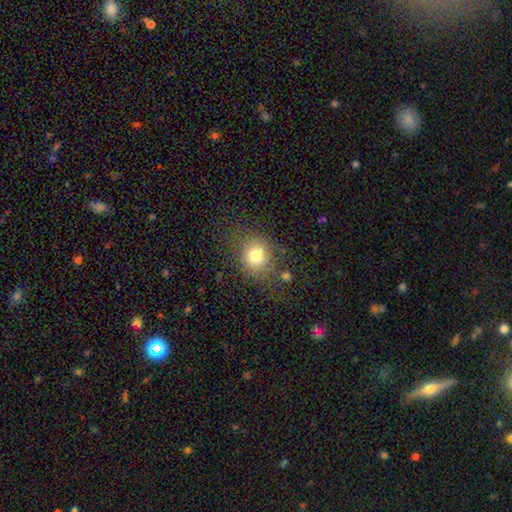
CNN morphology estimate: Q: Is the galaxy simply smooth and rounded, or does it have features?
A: smooth — 78%.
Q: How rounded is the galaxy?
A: round — 71%.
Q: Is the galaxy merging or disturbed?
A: none — 74%.